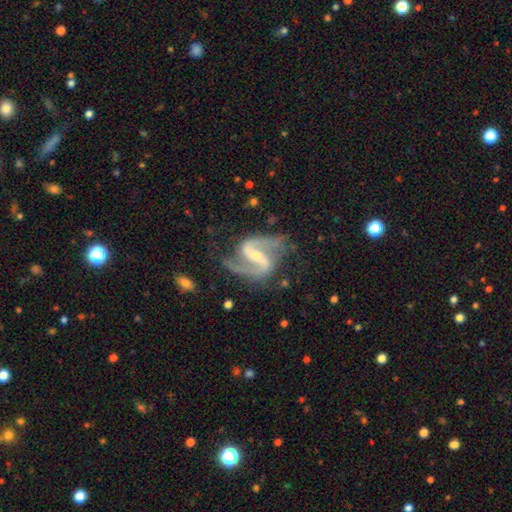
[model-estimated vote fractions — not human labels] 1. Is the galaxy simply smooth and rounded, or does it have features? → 93% featured or disk, 4% star or artifact, 3% smooth.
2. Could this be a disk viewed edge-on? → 98% no, 2% yes.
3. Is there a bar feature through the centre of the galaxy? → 49% strong, 39% weak, 12% no.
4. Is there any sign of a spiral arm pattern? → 98% yes, 2% no.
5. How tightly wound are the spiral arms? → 57% medium, 32% loose, 11% tight.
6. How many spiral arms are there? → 93% 2, 2% 3, 2% 1, 2% can't tell, 1% 4, 1% more than 4.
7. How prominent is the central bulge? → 56% small, 36% moderate, 5% none, 2% large, 1% dominant.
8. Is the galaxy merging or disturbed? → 70% none, 18% minor disturbance, 10% major disturbance, 2% merger.